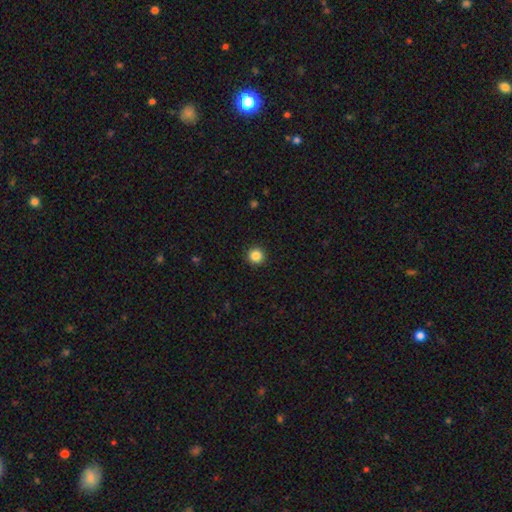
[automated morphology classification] A smooth galaxy with no disk features (86%) that is round (96%). Merging: none (93%).